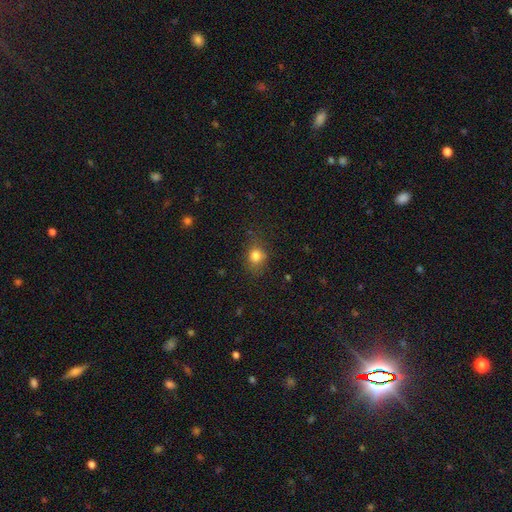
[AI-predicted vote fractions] A smooth galaxy with no disk features (80%) that is round (61%).

Vote fractions:
- Smooth or featured? smooth: 80% / star or artifact: 13% / featured or disk: 7%
- How rounded? round: 61% / in between: 37% / cigar-shaped: 1%
- Merging? none: 75% / minor disturbance: 18% / major disturbance: 6% / merger: 2%